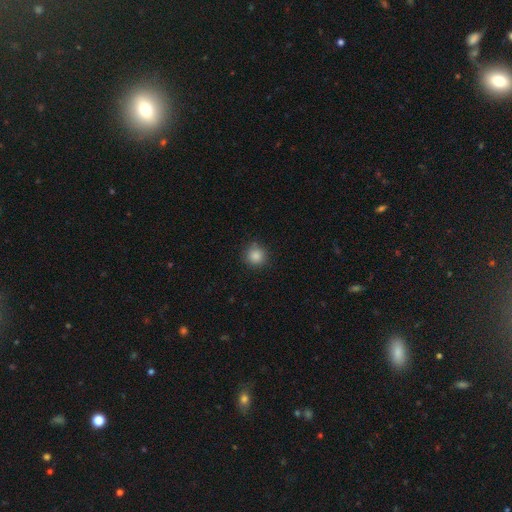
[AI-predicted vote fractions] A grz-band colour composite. It shows a smooth galaxy with no disk features (86%) that is round (94%). Merging: none (89%).